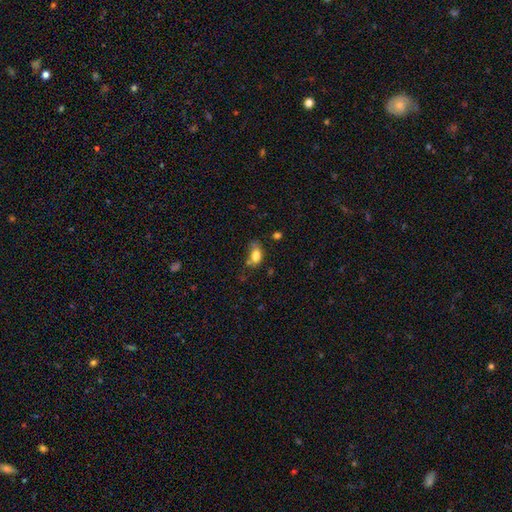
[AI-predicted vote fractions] Morphology: type=smooth (79%); roundness=in between (86%); merging=none (41%).